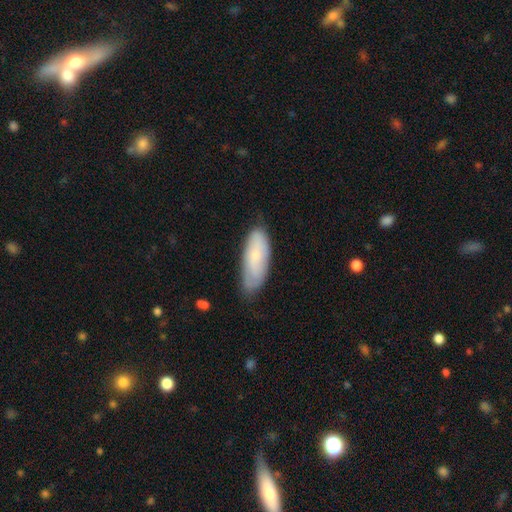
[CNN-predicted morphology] Q: Smooth or featured?
A: smooth (68%); runner-up: featured or disk (26%)
Q: How rounded?
A: in between (71%); runner-up: cigar-shaped (28%)
Q: Merging?
A: none (70%); runner-up: minor disturbance (24%)